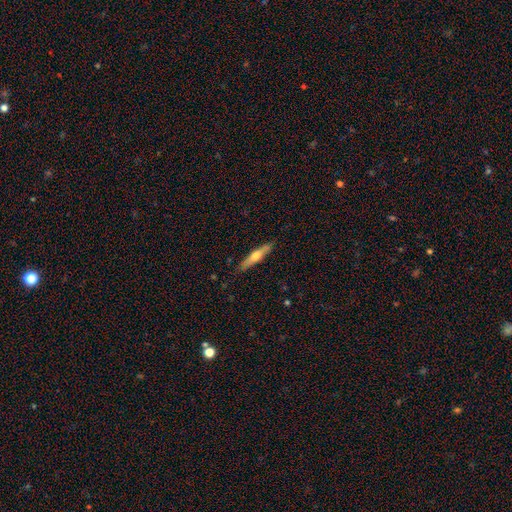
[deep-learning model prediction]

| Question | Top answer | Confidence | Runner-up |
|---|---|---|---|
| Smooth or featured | featured or disk | 47% | tied: smooth (47%) |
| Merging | none | 87% | minor disturbance (10%) |